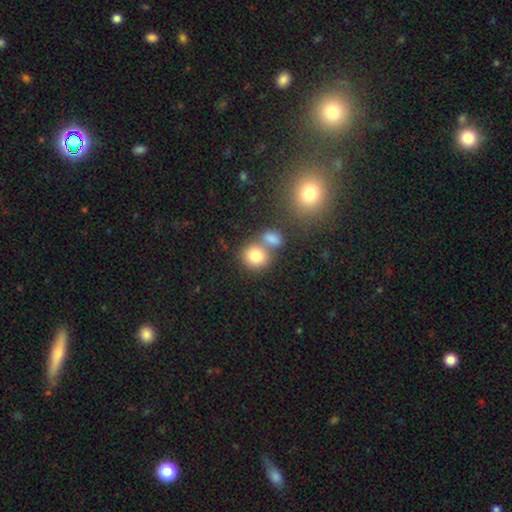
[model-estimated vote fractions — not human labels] This is clearly a smooth galaxy (80%). How rounded: likely round (73%). Merging: possibly none (48%).